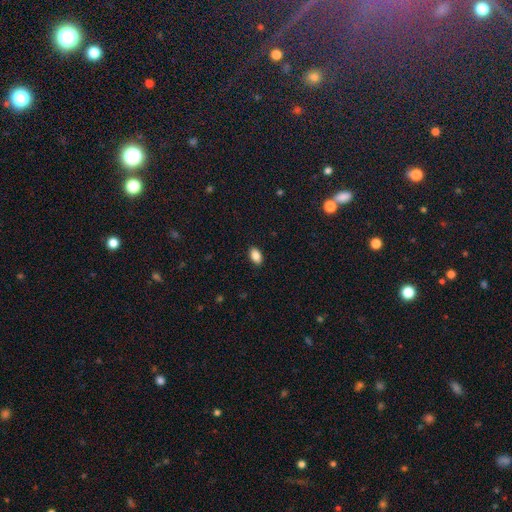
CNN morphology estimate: Q: Smooth or featured?
A: smooth (87%); runner-up: star or artifact (8%)
Q: How rounded?
A: in between (91%); runner-up: round (7%)
Q: Merging?
A: none (89%); runner-up: minor disturbance (8%)